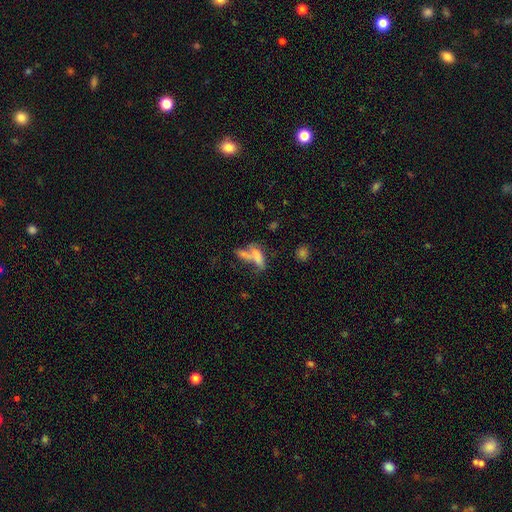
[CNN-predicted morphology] type=smooth (63%); roundness=in between (51%); merging=merger (53%).